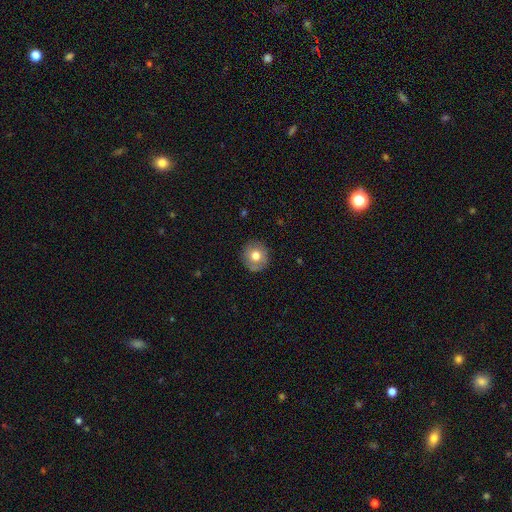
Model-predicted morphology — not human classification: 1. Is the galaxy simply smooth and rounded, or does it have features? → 73% smooth, 18% featured or disk, 9% star or artifact.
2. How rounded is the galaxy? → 90% round, 9% in between, 1% cigar-shaped.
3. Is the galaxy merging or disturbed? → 87% none, 10% minor disturbance, 2% major disturbance, 1% merger.